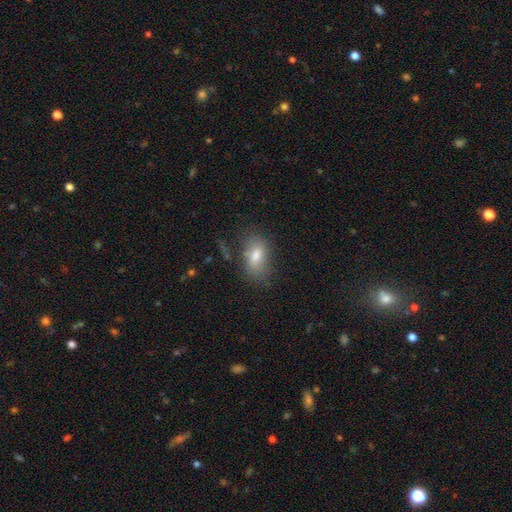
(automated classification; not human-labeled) Smooth or featured? smooth (74%)
How rounded? in between (87%)
Merging? none (66%)